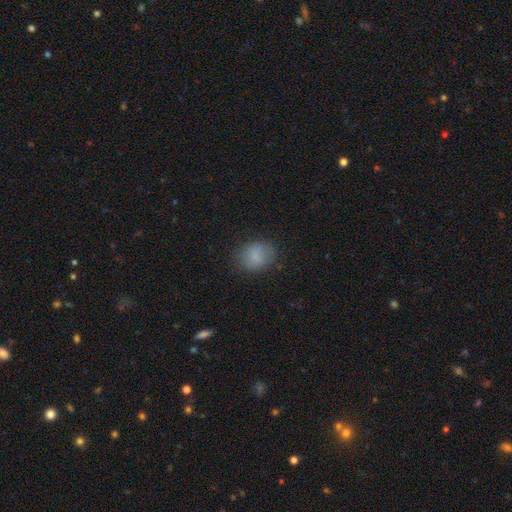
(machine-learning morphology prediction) Q: Smooth or featured?
A: smooth (82%); runner-up: star or artifact (9%)
Q: How rounded?
A: round (51%); runner-up: in between (48%)
Q: Merging?
A: none (78%); runner-up: minor disturbance (16%)